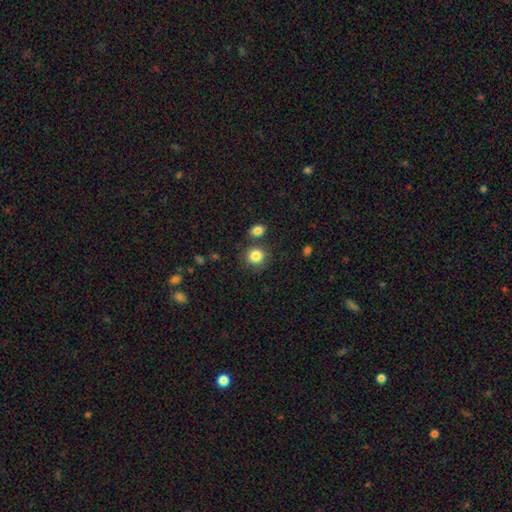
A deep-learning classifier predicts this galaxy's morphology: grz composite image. It shows a smooth galaxy with no disk features (85%) that is round (86%). Merging: none (76%).